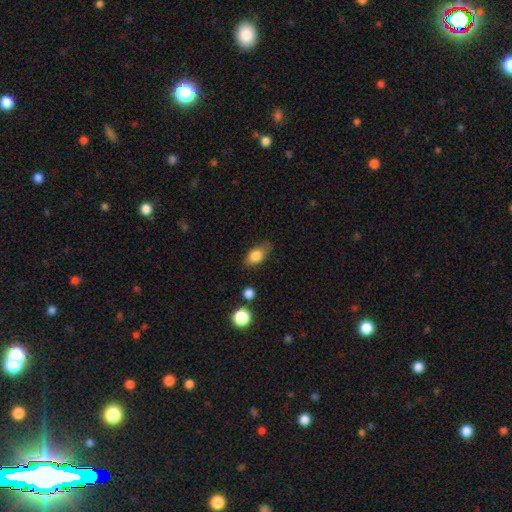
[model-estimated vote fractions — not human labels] Morphology: type=smooth (81%); roundness=in between (83%); merging=none (69%).